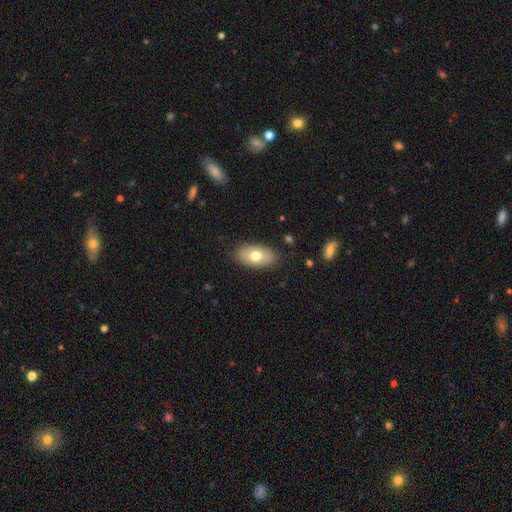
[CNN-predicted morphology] Smooth or featured: smooth — 70% (featured or disk — 24%)
How rounded: in between — 92% (round — 5%)
Merging: none — 85% (minor disturbance — 11%)